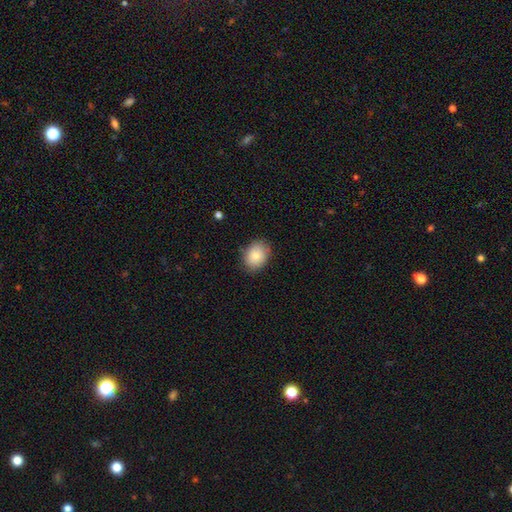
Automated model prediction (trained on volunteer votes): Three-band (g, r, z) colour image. It shows a smooth galaxy with no disk features (82%) that is in between round and cigar-shaped (60%). Merging: none (84%).